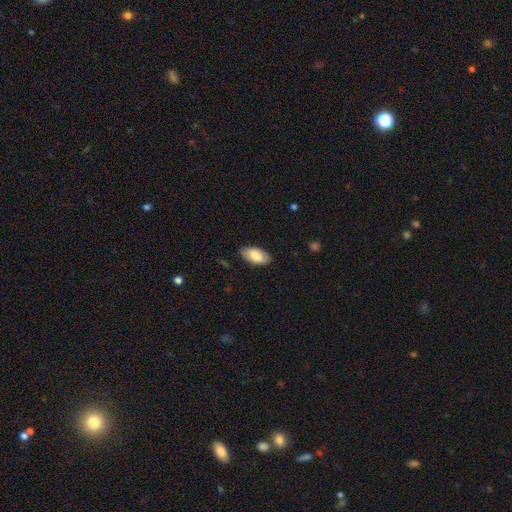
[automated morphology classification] A smooth galaxy with no disk features (80%) that is in between round and cigar-shaped (95%).

Vote fractions:
- Smooth or featured? smooth: 80% / featured or disk: 14% / star or artifact: 6%
- How rounded? in between: 95% / cigar-shaped: 3% / round: 2%
- Merging? none: 87% / minor disturbance: 10% / major disturbance: 2% / merger: 1%